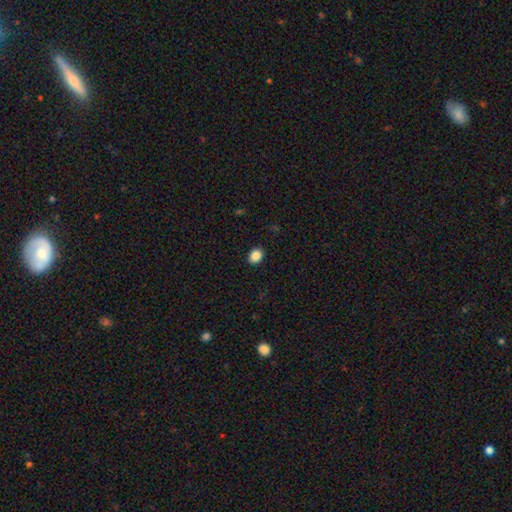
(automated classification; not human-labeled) Smooth or featured?
  - smooth: 87% *
  - star or artifact: 9%
  - featured or disk: 4%
How rounded?
  - in between: 59% *
  - round: 40%
  - cigar-shaped: 1%
Merging?
  - none: 90% *
  - minor disturbance: 7%
  - major disturbance: 2%
  - merger: 1%